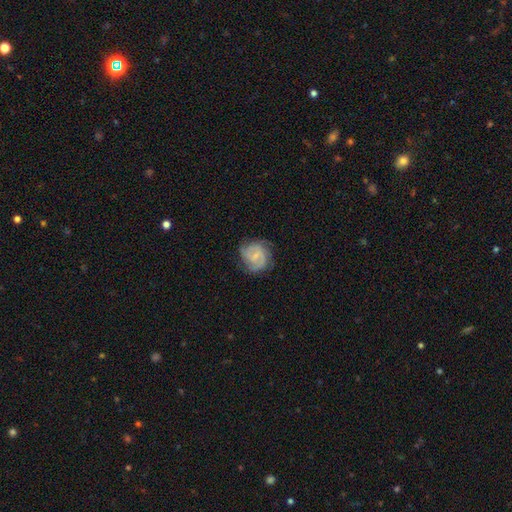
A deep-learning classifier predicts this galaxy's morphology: This appears to be a featured or disk galaxy (73%) with a weak bar (47%), 2 (31%) tight (47%) spiral arms (93%) and a small central bulge (61%). Merging: none (69%).